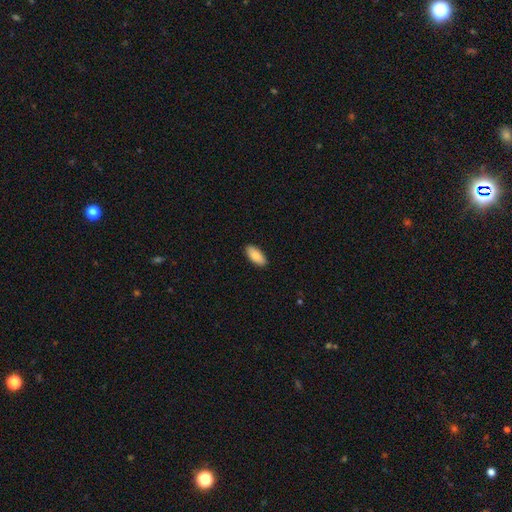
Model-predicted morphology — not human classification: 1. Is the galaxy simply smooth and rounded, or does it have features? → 86% smooth, 8% featured or disk, 6% star or artifact.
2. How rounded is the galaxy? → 89% in between, 9% cigar-shaped, 2% round.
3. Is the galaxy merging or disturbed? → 90% none, 7% minor disturbance, 2% major disturbance, 1% merger.